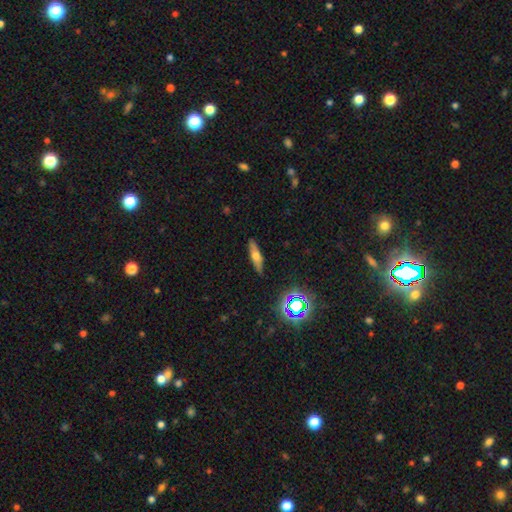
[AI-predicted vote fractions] Overall: smooth (45%; featured or disk 43%). Merging: none (87%).